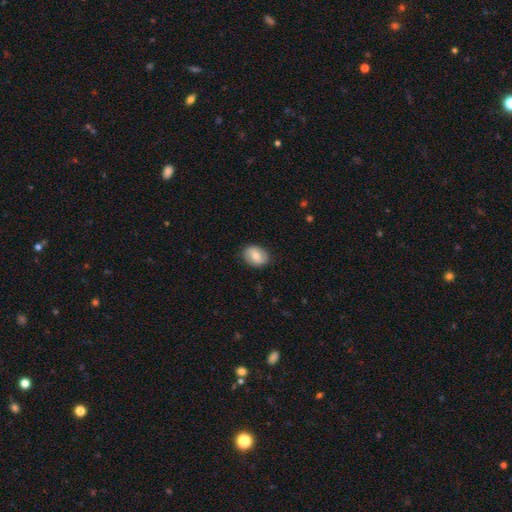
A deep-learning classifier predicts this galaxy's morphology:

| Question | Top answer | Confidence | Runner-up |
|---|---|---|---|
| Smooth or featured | smooth | 67% | featured or disk (26%) |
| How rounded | in between | 64% | round (35%) |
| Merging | none | 86% | minor disturbance (10%) |